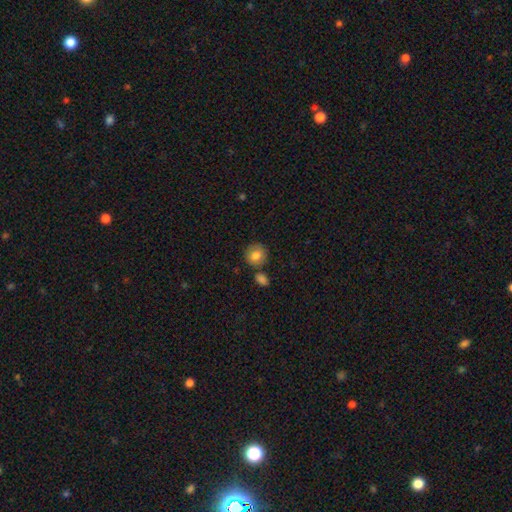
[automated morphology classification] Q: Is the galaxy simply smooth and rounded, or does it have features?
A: smooth — 81%.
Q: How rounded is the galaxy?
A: round — 87%.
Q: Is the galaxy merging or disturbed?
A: none — 74%.